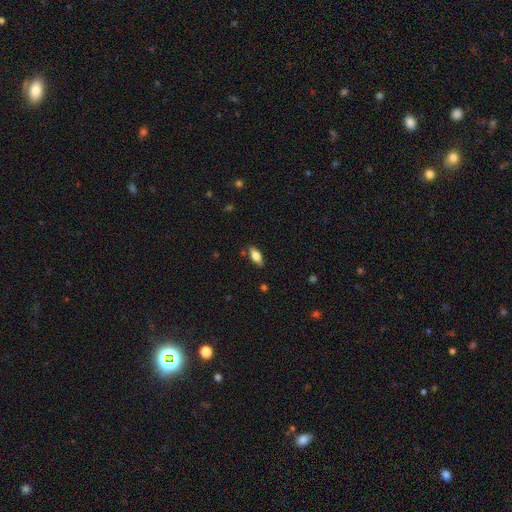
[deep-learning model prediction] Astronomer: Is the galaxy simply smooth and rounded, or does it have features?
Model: smooth — 78%.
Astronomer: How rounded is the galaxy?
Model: in between — 84%.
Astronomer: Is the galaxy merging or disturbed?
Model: none — 82%.